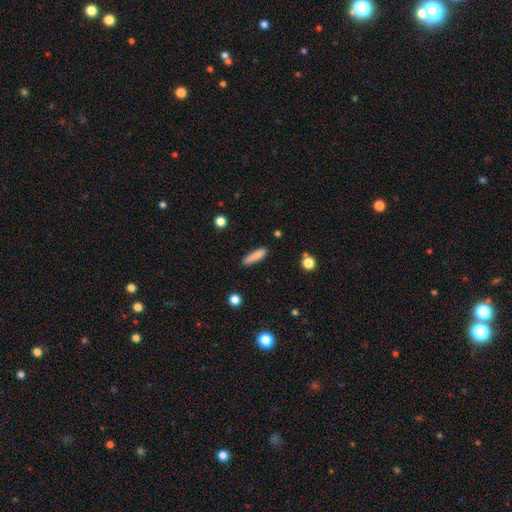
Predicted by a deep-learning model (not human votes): This appears to be a smooth galaxy with no disk features (85%) that is cigar-shaped (80%). Merging: none (86%).